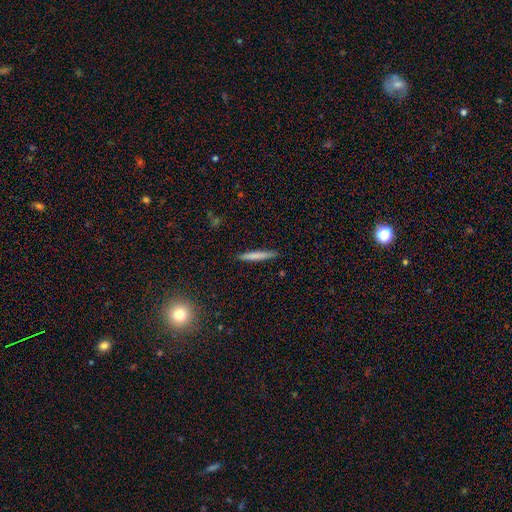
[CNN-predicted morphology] This appears to be a smooth galaxy with no disk features (76%) that is cigar-shaped (94%). Merging: none (90%).